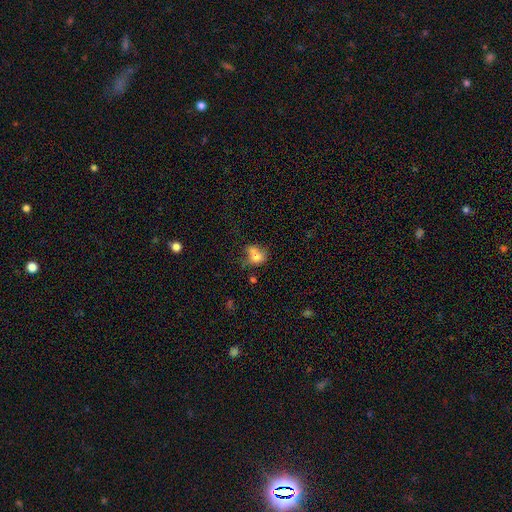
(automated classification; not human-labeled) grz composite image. It shows a smooth galaxy with no disk features (71%) that is in between round and cigar-shaped (52%). Merging: merger (50%).